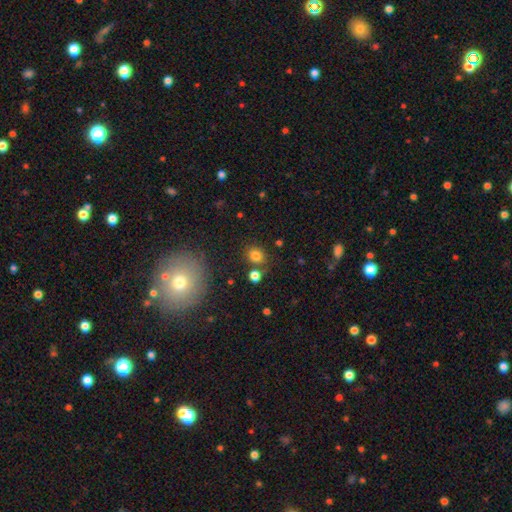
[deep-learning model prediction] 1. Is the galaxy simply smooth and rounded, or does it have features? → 79% smooth, 14% star or artifact, 6% featured or disk.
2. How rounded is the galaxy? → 60% round, 39% in between, 1% cigar-shaped.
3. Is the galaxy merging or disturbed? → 77% none, 11% minor disturbance, 9% merger, 4% major disturbance.